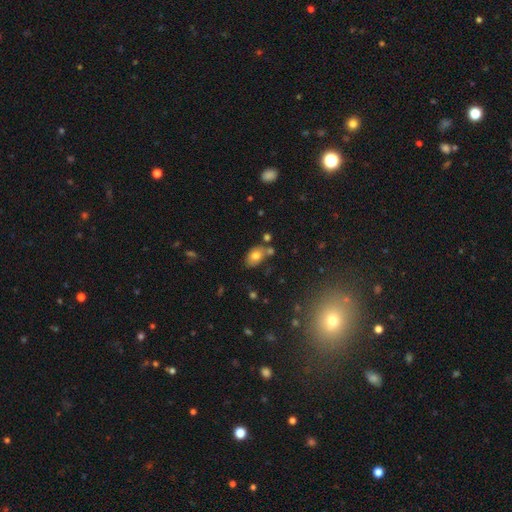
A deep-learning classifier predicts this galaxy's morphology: A smooth galaxy with no disk features (75%) that is in between round and cigar-shaped (84%). Merging: none (56%).